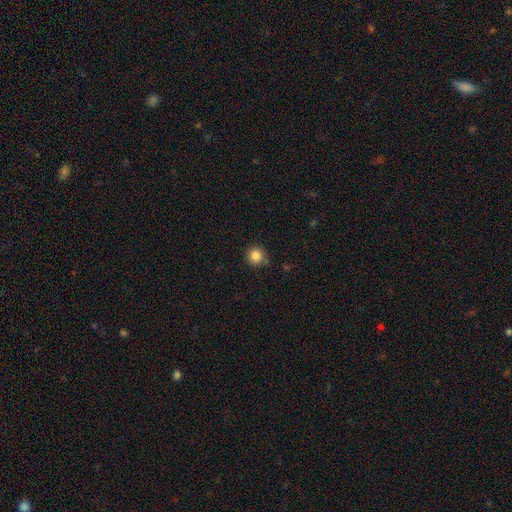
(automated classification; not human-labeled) Morphology: type=smooth (85%); roundness=round (94%); merging=none (83%).